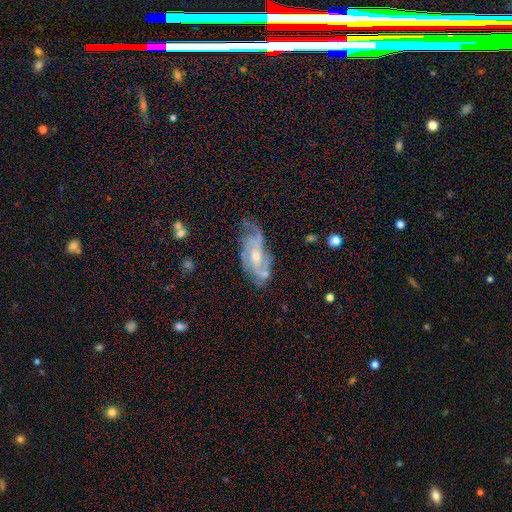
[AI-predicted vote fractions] This appears to be a featured or disk galaxy (82%) with no bar (61%), 3 (27%, tied with can't tell) medium (43%) spiral arms (93%) and a small central bulge (48%). Merging: none (55%).